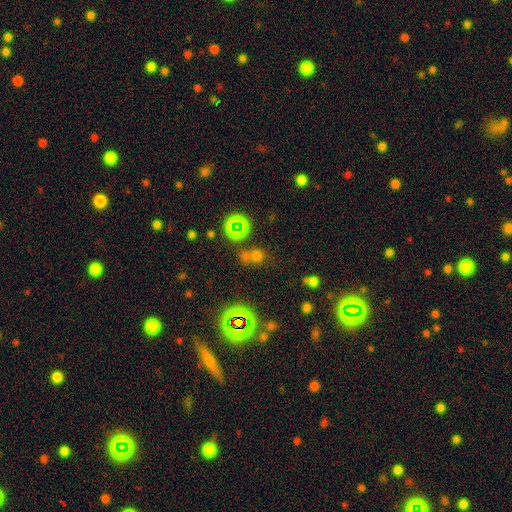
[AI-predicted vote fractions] Q: Smooth or featured?
A: smooth (51%); runner-up: star or artifact (40%)
Q: How rounded?
A: round (82%); runner-up: in between (16%)
Q: Merging?
A: none (62%); runner-up: merger (24%)